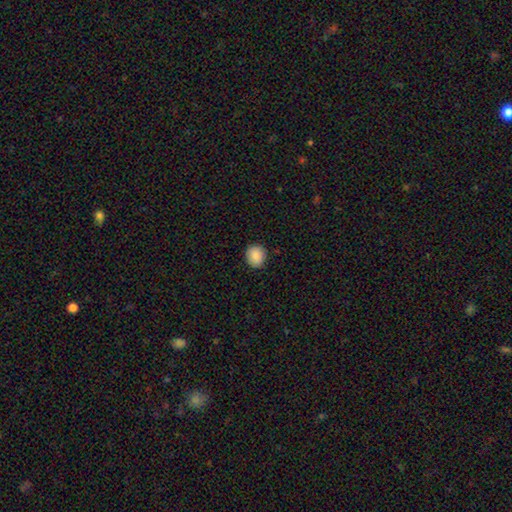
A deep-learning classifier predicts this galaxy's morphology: smooth 87%, star or artifact 8%, featured or disk 5%. Down the decision tree: how rounded — round (81%); merging — none (89%).